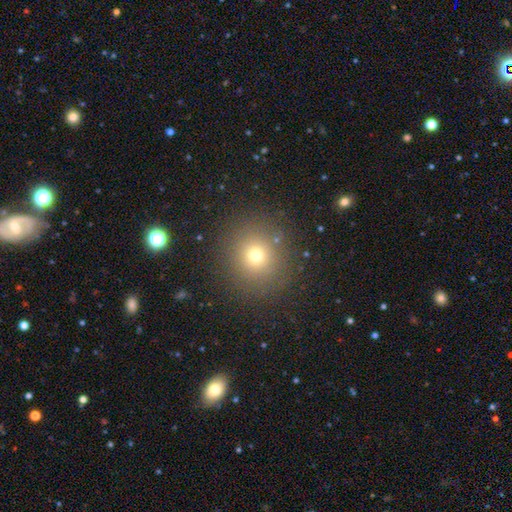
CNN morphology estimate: A smooth galaxy with no disk features (70%) that is round (87%). Merging: none (87%).